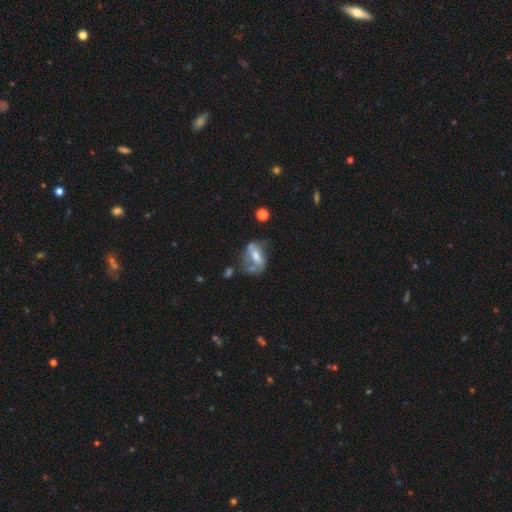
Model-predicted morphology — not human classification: Smooth or featured: featured or disk — 57% (smooth — 33%)
Edge-on disk: no — 92% (yes — 8%)
Bar: no — 37% (weak — 34%)
Spiral arms: no — 55% (yes — 45%)
Bulge size: moderate — 50% (small — 26%)
Merging: none — 34% (major disturbance — 28%)